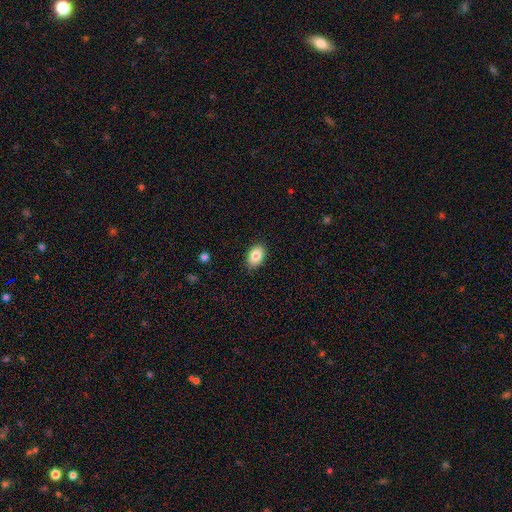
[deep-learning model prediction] Morphology: type=smooth (85%); roundness=in between (90%); merging=none (88%).